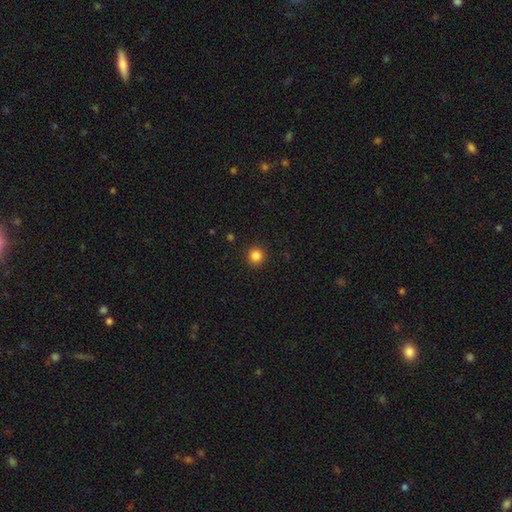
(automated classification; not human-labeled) smooth 85%, star or artifact 12%, featured or disk 4%. Down the decision tree: how rounded — round (95%); merging — none (92%).